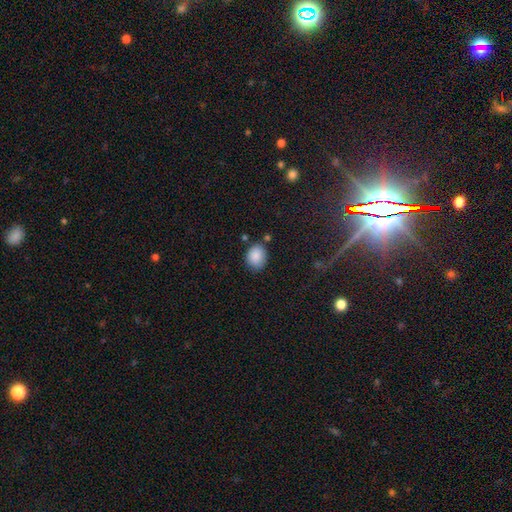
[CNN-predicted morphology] Smooth or featured? smooth (87%)
How rounded? round (53%)
Merging? none (74%)